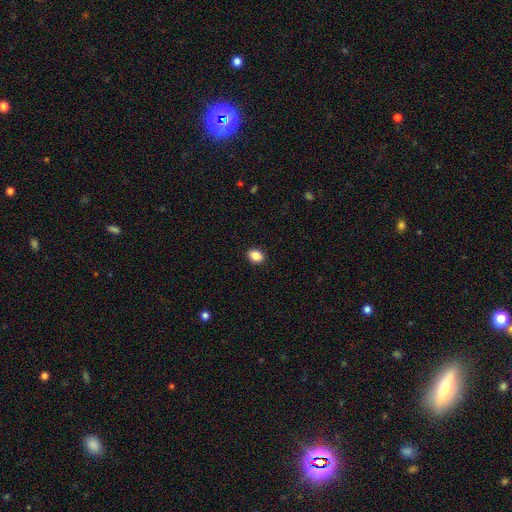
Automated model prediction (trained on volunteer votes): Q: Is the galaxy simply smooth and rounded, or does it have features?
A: smooth — 87%.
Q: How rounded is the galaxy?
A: in between — 63%.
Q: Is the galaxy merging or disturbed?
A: none — 91%.